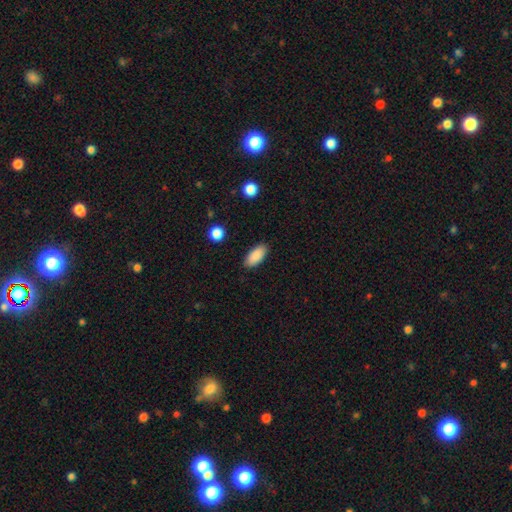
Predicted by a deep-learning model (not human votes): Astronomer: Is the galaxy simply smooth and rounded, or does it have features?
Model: smooth — 89%.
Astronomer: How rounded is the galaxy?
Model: in between — 90%.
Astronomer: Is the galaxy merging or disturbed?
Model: none — 88%.